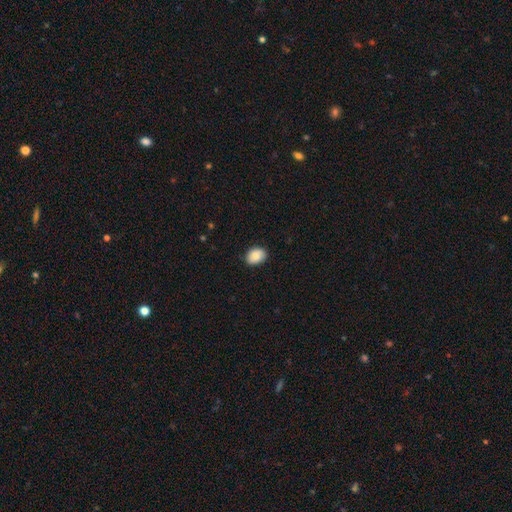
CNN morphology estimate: Smooth or featured?
  - smooth: 89% *
  - star or artifact: 7%
  - featured or disk: 4%
How rounded?
  - in between: 71% *
  - round: 28%
  - cigar-shaped: 1%
Merging?
  - none: 85% *
  - minor disturbance: 11%
  - major disturbance: 2%
  - merger: 1%